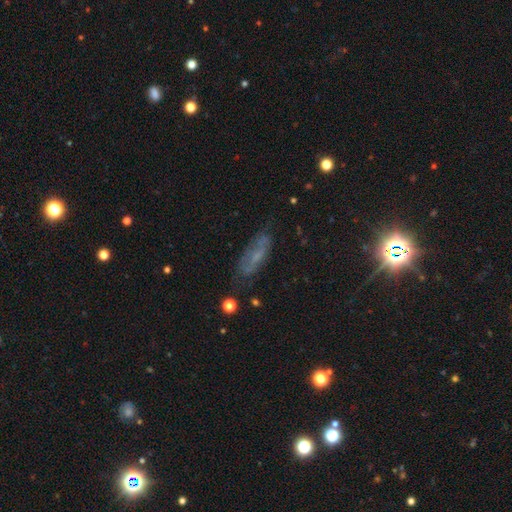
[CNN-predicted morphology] A featured or disk galaxy (43%). Merging: none (70%).